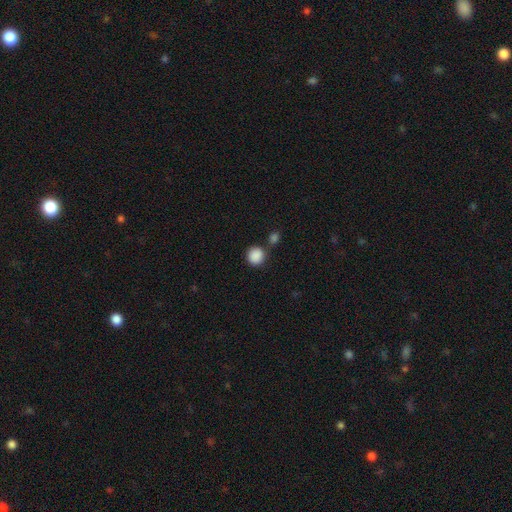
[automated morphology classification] smooth-or-featured: smooth: 88% | star or artifact: 9% | featured or disk: 3%
  how-rounded: round: 90% | in between: 9% | cigar-shaped: 1%
  merging: none: 73% | merger: 14% | minor disturbance: 10% | major disturbance: 4%